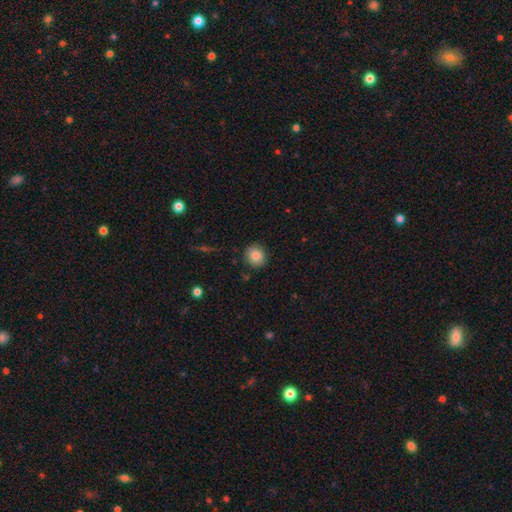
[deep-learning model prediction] smooth_or_featured: smooth (p=0.84) [alt: star or artifact p=0.09]
how_rounded: round (p=0.85) [alt: in between p=0.14]
merging: none (p=0.89) [alt: minor disturbance p=0.08]